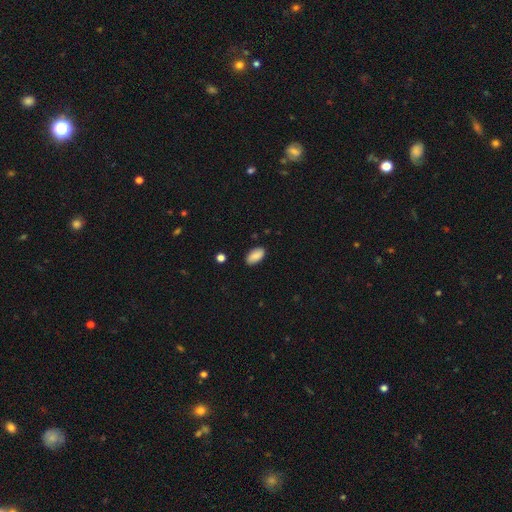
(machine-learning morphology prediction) Smooth or featured? Predicted: smooth (p=0.88). How rounded? Predicted: in between (p=0.94). Merging? Predicted: none (p=0.87).